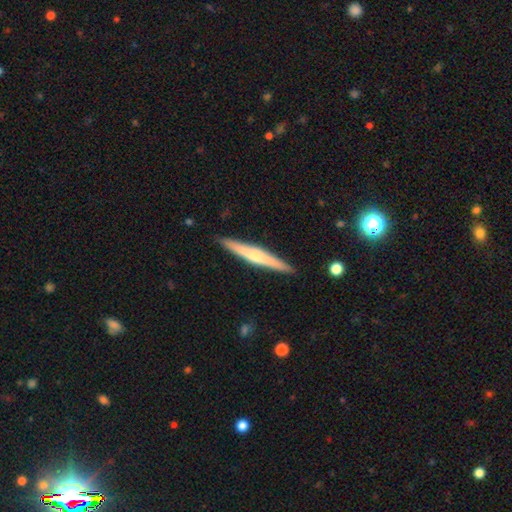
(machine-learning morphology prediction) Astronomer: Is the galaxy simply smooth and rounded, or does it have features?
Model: featured or disk — 56% (runner-up: smooth, 38%).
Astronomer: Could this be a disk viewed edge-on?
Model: yes — 97%.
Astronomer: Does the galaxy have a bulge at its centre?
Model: rounded — 70%.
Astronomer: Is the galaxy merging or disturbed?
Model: none — 91%.